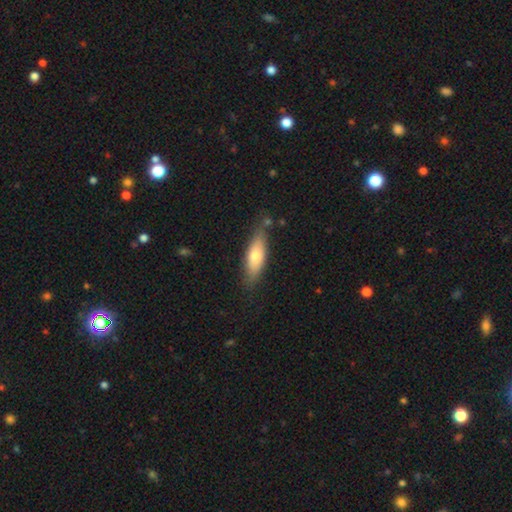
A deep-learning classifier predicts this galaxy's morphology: A smooth galaxy with no disk features (67%) that is in between round and cigar-shaped (54%).

Vote fractions:
- Smooth or featured? smooth: 67% / featured or disk: 27% / star or artifact: 6%
- How rounded? in between: 54% / cigar-shaped: 44% / round: 2%
- Merging? none: 77% / minor disturbance: 17% / merger: 4% / major disturbance: 3%